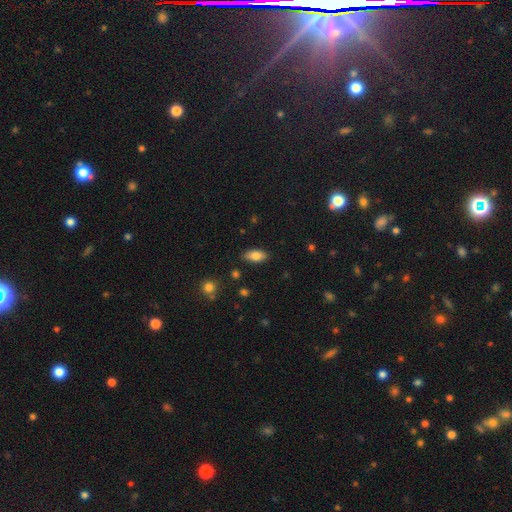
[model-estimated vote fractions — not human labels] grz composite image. It shows a smooth galaxy with no disk features (80%) that is in between round and cigar-shaped (89%). Merging: none (86%).